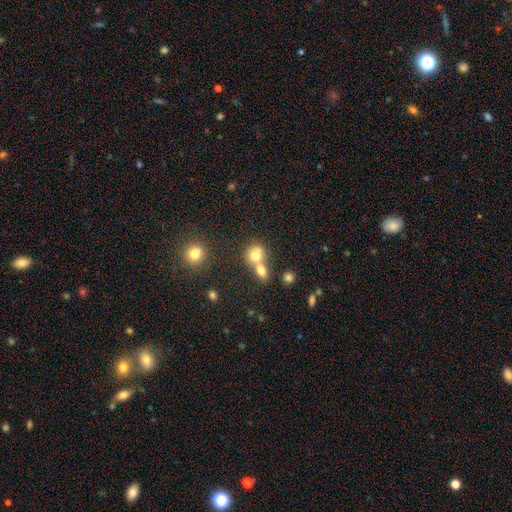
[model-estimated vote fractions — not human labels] smooth-or-featured: smooth: 74% | featured or disk: 14% | star or artifact: 12%
  how-rounded: round: 71% | in between: 28% | cigar-shaped: 1%
  merging: merger: 55% | none: 33% | minor disturbance: 8% | major disturbance: 4%